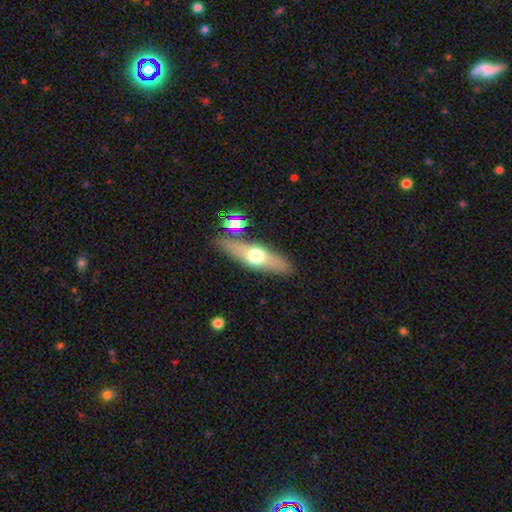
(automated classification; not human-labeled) Q: Smooth or featured?
A: featured or disk (51%); runner-up: smooth (41%)
Q: Edge-on disk?
A: yes (79%); runner-up: no (21%)
Q: Merging?
A: none (80%); runner-up: minor disturbance (10%)